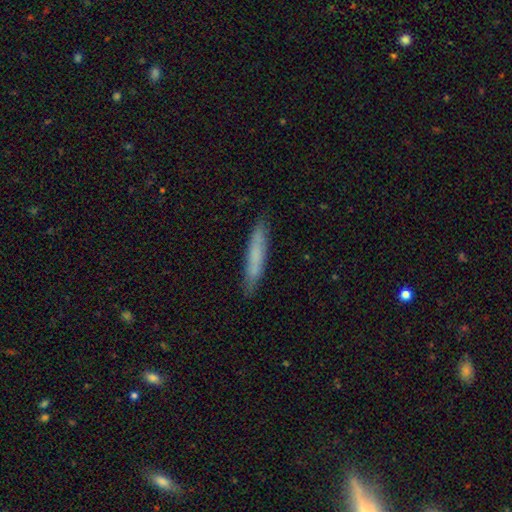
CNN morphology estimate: A smooth galaxy with no disk features (67%) that is cigar-shaped (93%).

Vote fractions:
- Smooth or featured? smooth: 67% / featured or disk: 26% / star or artifact: 7%
- How rounded? cigar-shaped: 93% / in between: 6% / round: 1%
- Merging? none: 85% / minor disturbance: 12% / major disturbance: 2% / merger: 1%